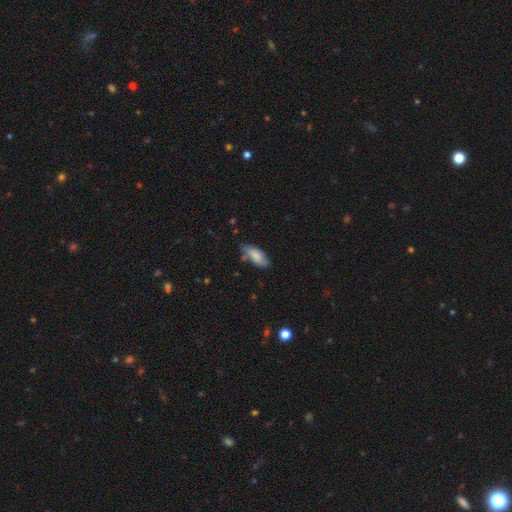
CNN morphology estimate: A smooth galaxy with no disk features (81%) that is in between round and cigar-shaped (84%).

Vote fractions:
- Smooth or featured? smooth: 81% / featured or disk: 12% / star or artifact: 7%
- How rounded? in between: 84% / cigar-shaped: 14% / round: 2%
- Merging? none: 67% / minor disturbance: 25% / major disturbance: 5% / merger: 4%